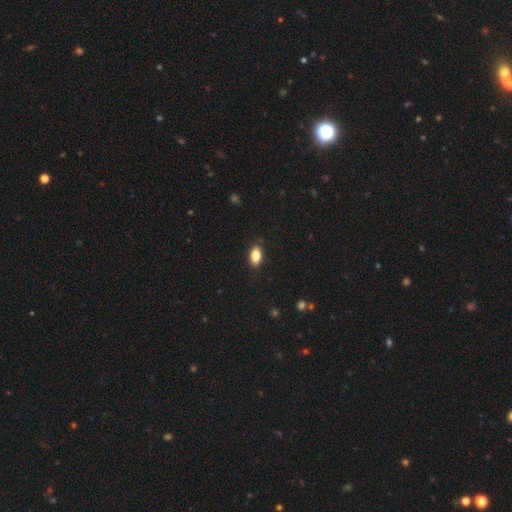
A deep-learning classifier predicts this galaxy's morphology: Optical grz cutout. It shows a smooth galaxy with no disk features (83%) that is in between round and cigar-shaped (88%). Merging: none (85%).